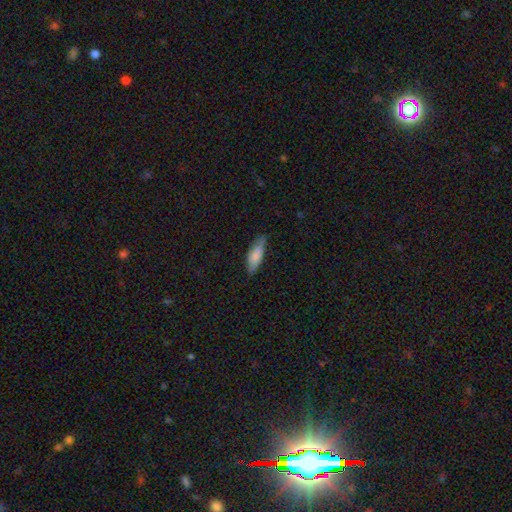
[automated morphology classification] smooth-or-featured: smooth: 78% | featured or disk: 16% | star or artifact: 6%
  how-rounded: in between: 57% | cigar-shaped: 41% | round: 2%
  merging: none: 71% | minor disturbance: 24% | major disturbance: 4% | merger: 1%